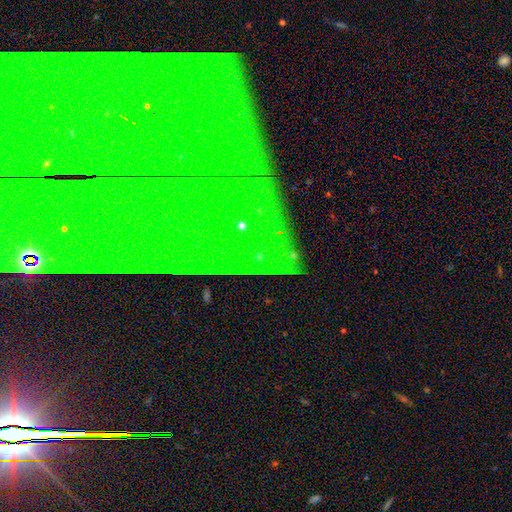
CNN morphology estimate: Overall: star or artifact (81%).